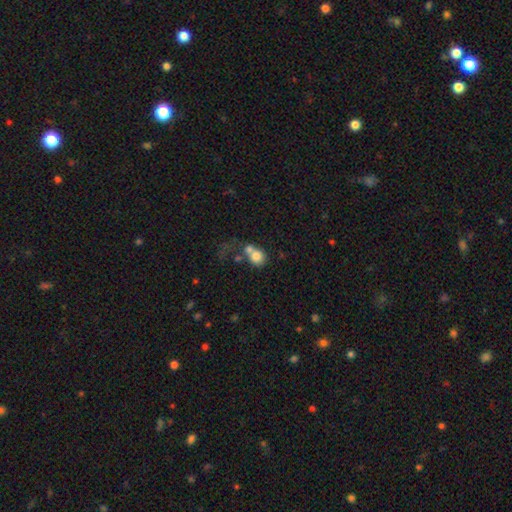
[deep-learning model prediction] smooth_or_featured: smooth (p=0.74) [alt: featured or disk p=0.16]
how_rounded: round (p=0.73) [alt: in between p=0.26]
merging: merger (p=0.53) [alt: none p=0.25]